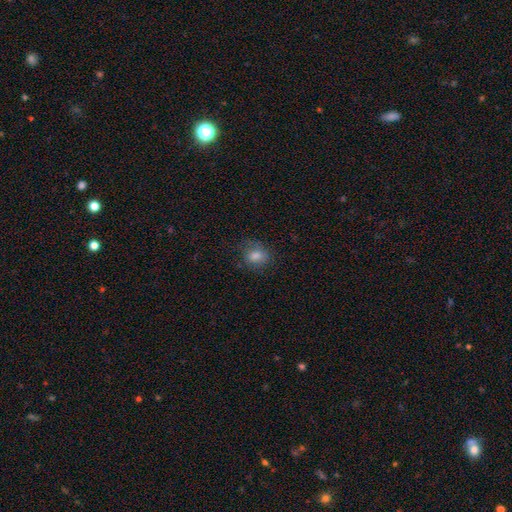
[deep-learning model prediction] Morphology: type=smooth (73%); roundness=in between (51%); merging=none (72%).